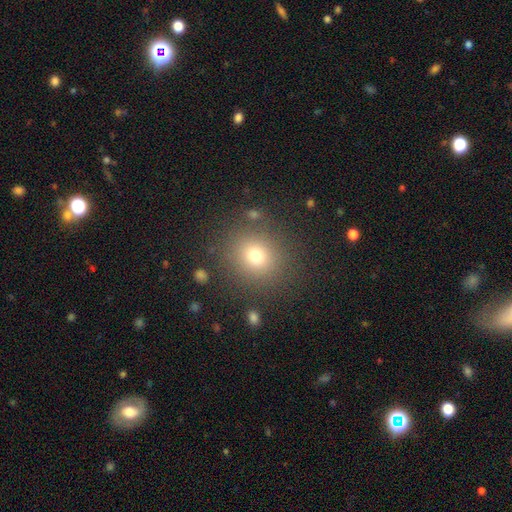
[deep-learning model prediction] Smooth or featured? Predicted: smooth (p=0.73). How rounded? Predicted: round (p=0.86). Merging? Predicted: none (p=0.86).